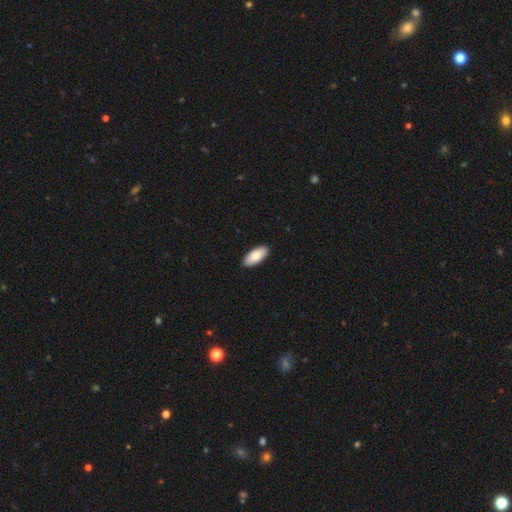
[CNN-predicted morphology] smooth_or_featured: smooth (p=0.85) [alt: featured or disk p=0.09]
how_rounded: in between (p=0.91) [alt: cigar-shaped p=0.08]
merging: none (p=0.91) [alt: minor disturbance p=0.07]